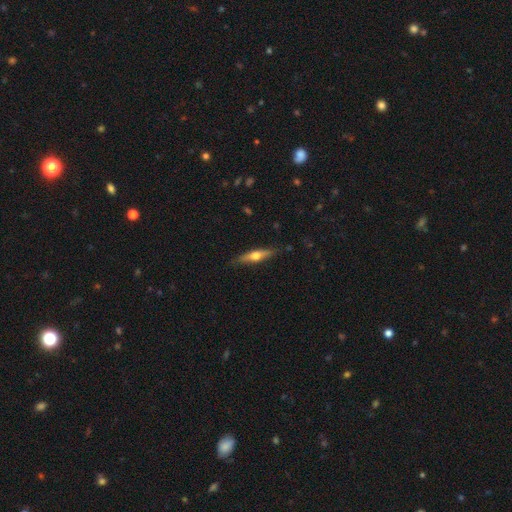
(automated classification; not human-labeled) This appears to be a featured or disk galaxy (55%) viewed edge-on (93%) with a rounded central bulge (93%). Merging: none (84%).